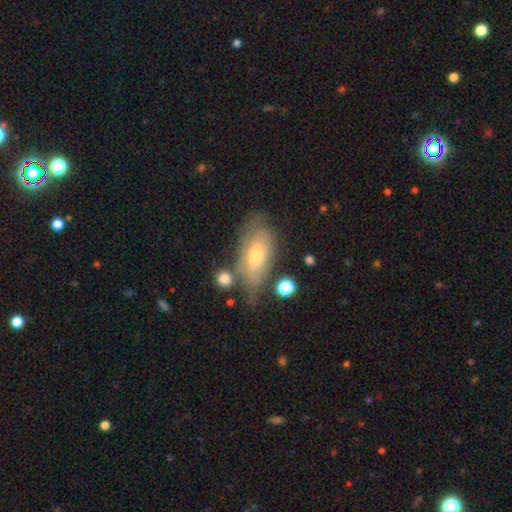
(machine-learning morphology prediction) Smooth or featured? smooth (53%)
How rounded? in between (84%)
Merging? none (55%)